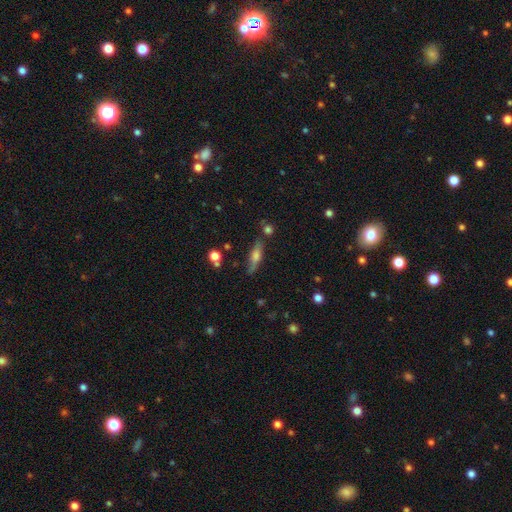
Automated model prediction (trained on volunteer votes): Smooth or featured? smooth (48%)
Merging? none (76%)